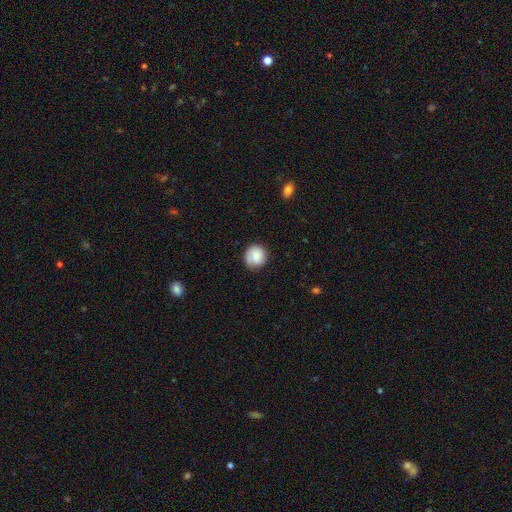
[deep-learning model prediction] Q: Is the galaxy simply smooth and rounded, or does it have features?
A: smooth — 73%.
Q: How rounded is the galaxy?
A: round — 86%.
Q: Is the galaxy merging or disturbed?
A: none — 74%.